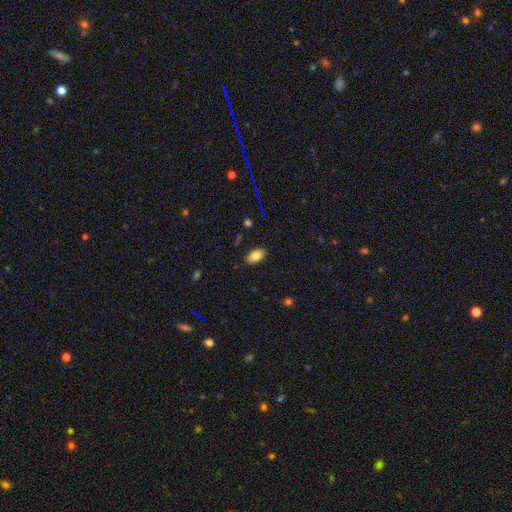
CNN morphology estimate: Smooth or featured: smooth — 82% (star or artifact — 9%)
How rounded: in between — 92% (round — 6%)
Merging: none — 86% (minor disturbance — 10%)